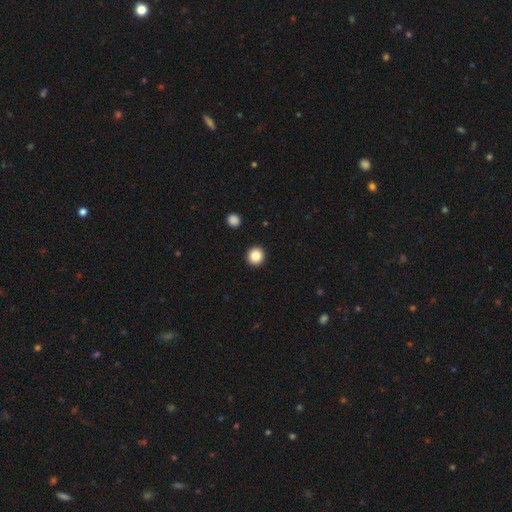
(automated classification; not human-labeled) smooth-or-featured: smooth: 86% | star or artifact: 10% | featured or disk: 4%
  how-rounded: round: 95% | in between: 4% | cigar-shaped: 1%
  merging: none: 93% | minor disturbance: 4% | major disturbance: 1% | merger: 1%